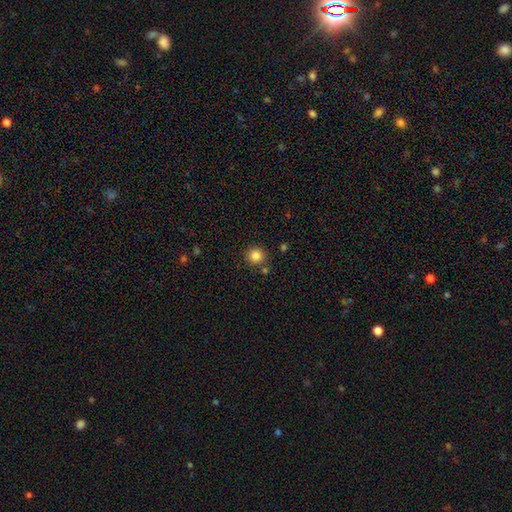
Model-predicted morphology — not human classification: Smooth or featured? Predicted: smooth (p=0.85). How rounded? Predicted: round (p=0.93). Merging? Predicted: none (p=0.85).